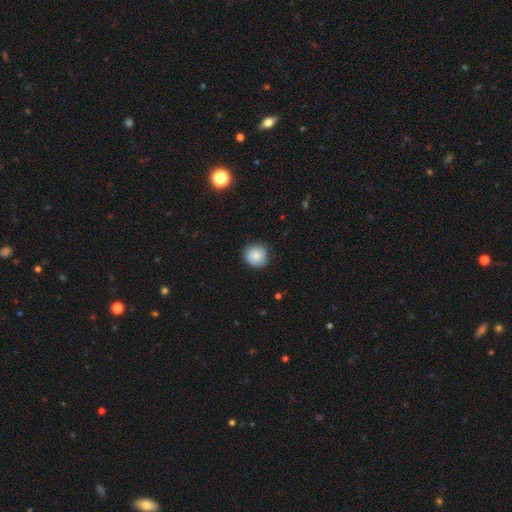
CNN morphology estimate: The model was most divided on "merging": none: 83%, minor disturbance: 13%, major disturbance: 3%, merger: 1%. More confident: how rounded — round (90%); smooth or featured — smooth (85%).